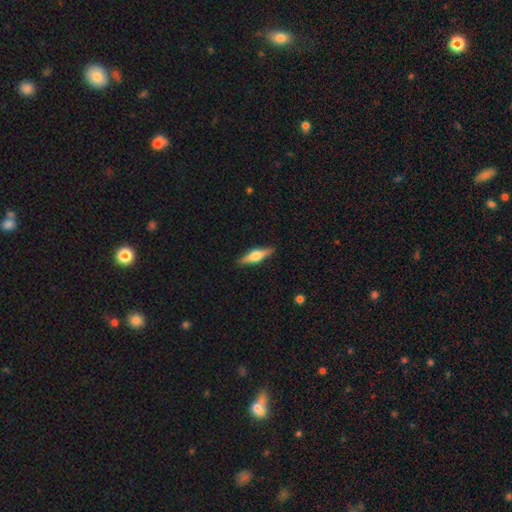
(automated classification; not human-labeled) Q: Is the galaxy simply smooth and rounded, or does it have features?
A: featured or disk — 63%.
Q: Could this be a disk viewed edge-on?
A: yes — 96%.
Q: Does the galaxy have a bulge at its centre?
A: rounded — 93%.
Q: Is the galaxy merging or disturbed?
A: none — 90%.